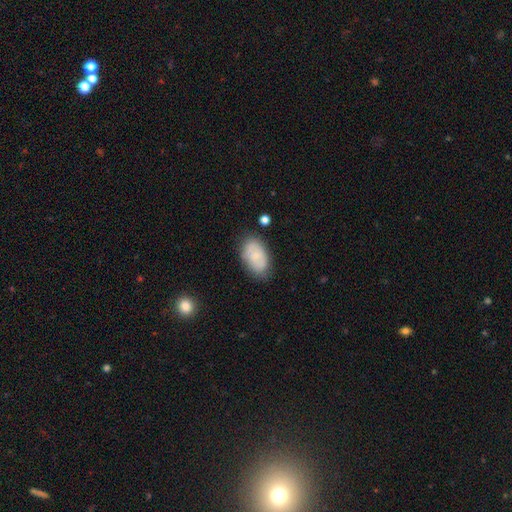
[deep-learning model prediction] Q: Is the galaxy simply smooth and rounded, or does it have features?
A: smooth — 68%.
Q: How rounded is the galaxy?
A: in between — 93%.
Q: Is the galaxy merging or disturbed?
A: none — 76%.